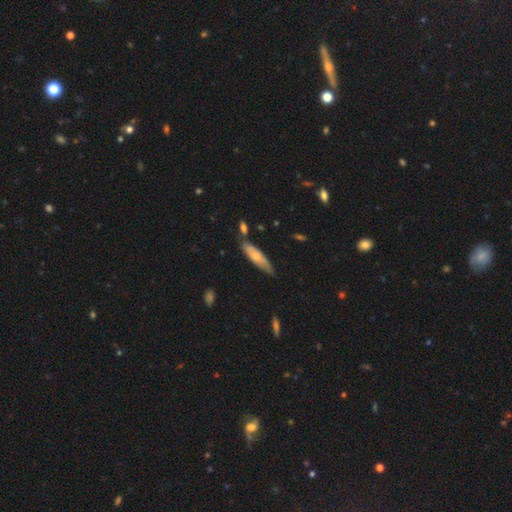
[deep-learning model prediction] Smooth or featured: smooth — 61% (featured or disk — 33%)
How rounded: cigar-shaped — 62% (in between — 36%)
Merging: none — 68% (minor disturbance — 21%)